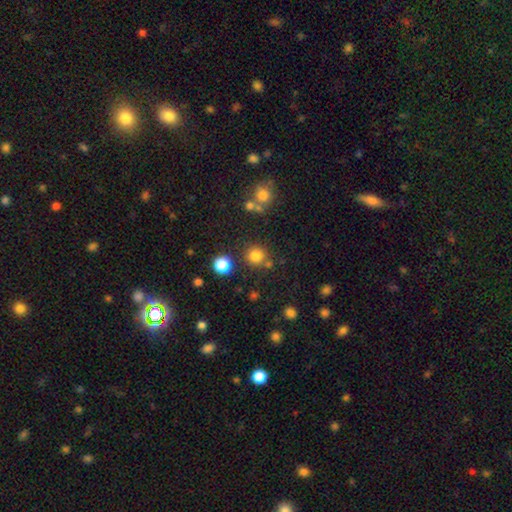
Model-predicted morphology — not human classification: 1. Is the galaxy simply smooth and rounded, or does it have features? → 80% smooth, 14% star or artifact, 5% featured or disk.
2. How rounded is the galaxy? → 93% round, 6% in between, 1% cigar-shaped.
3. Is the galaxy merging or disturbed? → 79% none, 9% merger, 9% minor disturbance, 4% major disturbance.